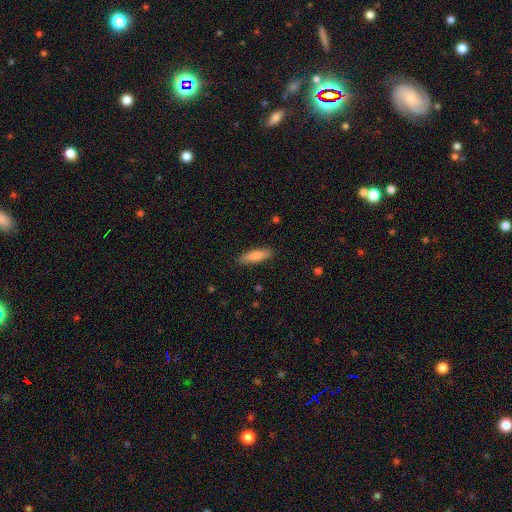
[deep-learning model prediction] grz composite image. It shows a smooth galaxy with no disk features (77%) that is cigar-shaped (66%). Merging: none (89%).